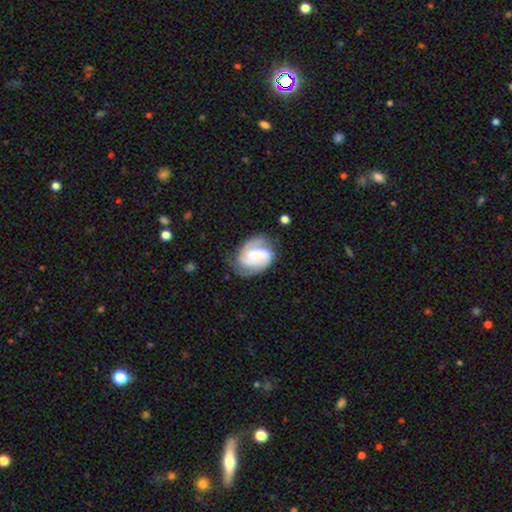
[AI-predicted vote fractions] Smooth or featured?
  - featured or disk: 74% *
  - smooth: 19%
  - star or artifact: 6%
Edge-on disk?
  - no: 98% *
  - yes: 2%
Bar?
  - weak: 44% *
  - no: 30%
  - strong: 26%
Spiral arms?
  - yes: 93% *
  - no: 7%
Spiral winding?
  - medium: 43% *
  - tight: 42%
  - loose: 15%
Spiral arm count?
  - 2: 72% *
  - can't tell: 12%
  - 3: 8%
  - 1: 5%
  - 4: 2%
  - more than 4: 2%
Bulge size?
  - moderate: 28% * (tied)
  - small: 28% * (tied)
  - none: 22%
  - large: 19%
  - dominant: 4%
Merging?
  - none: 59% *
  - minor disturbance: 25%
  - major disturbance: 13%
  - merger: 2%